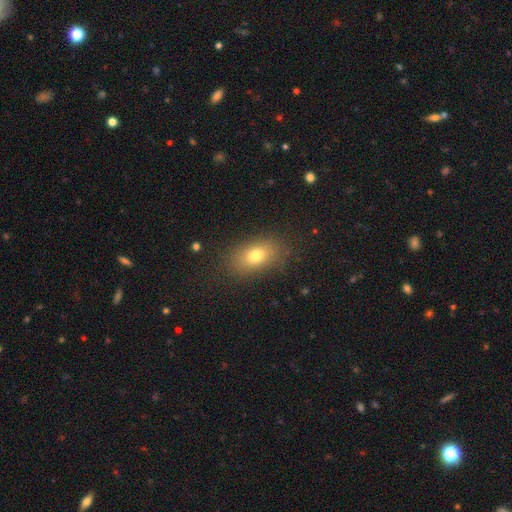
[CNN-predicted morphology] type=smooth (75%); roundness=in between (83%); merging=none (83%).